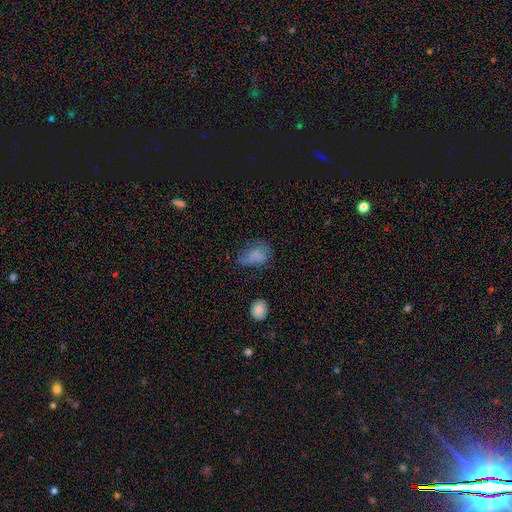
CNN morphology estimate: Q: Smooth or featured?
A: smooth (75%); runner-up: star or artifact (13%)
Q: How rounded?
A: in between (76%); runner-up: round (23%)
Q: Merging?
A: none (39%); runner-up: minor disturbance (34%)